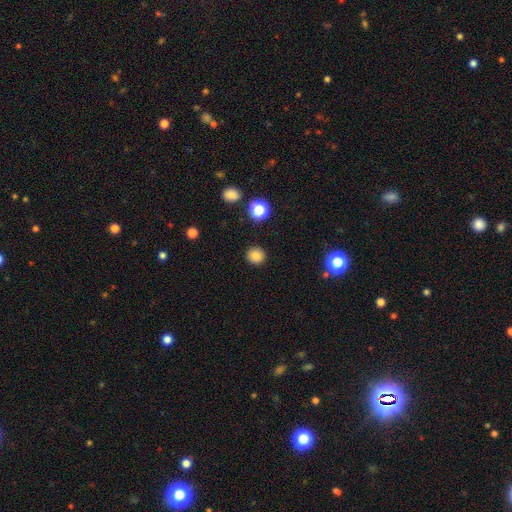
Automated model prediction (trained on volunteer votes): The model was most divided on "smooth or featured": smooth: 83%, star or artifact: 12%, featured or disk: 4%. More confident: merging — none (91%); how rounded — round (90%).